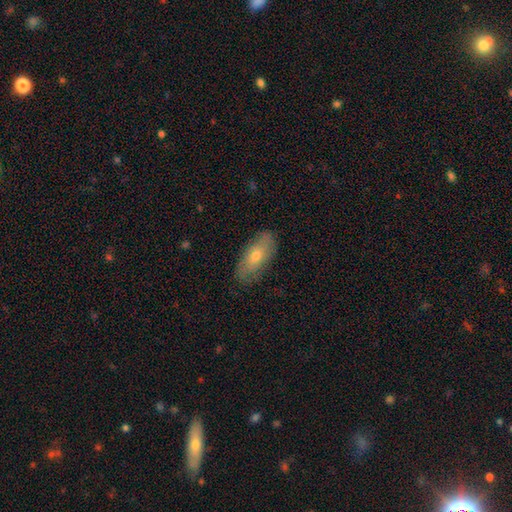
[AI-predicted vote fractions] This appears to be a smooth galaxy with no disk features (59%) that is in between round and cigar-shaped (79%). Merging: none (82%).